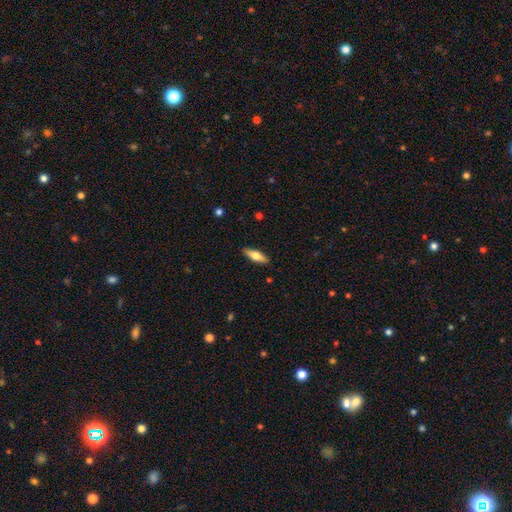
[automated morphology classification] A smooth galaxy with no disk features (60%) that is in between round and cigar-shaped (52%).

Vote fractions:
- Smooth or featured? smooth: 60% / featured or disk: 34% / star or artifact: 6%
- How rounded? in between: 52% / cigar-shaped: 45% / round: 2%
- Merging? none: 88% / minor disturbance: 9% / major disturbance: 2% / merger: 1%